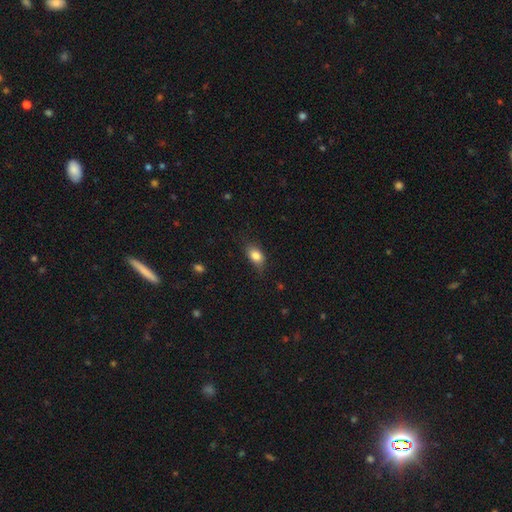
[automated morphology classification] The model was most divided on "merging": none: 67%, minor disturbance: 25%, major disturbance: 6%, merger: 1%. More confident: smooth or featured — smooth (83%); how rounded — in between (82%).